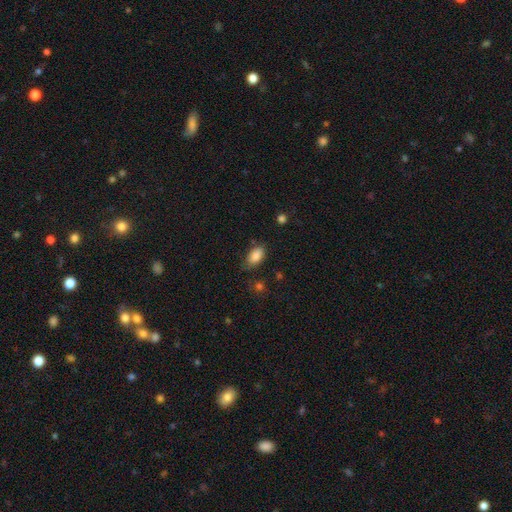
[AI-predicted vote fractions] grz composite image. It shows a smooth galaxy with no disk features (86%) that is in between round and cigar-shaped (92%). Merging: none (70%).